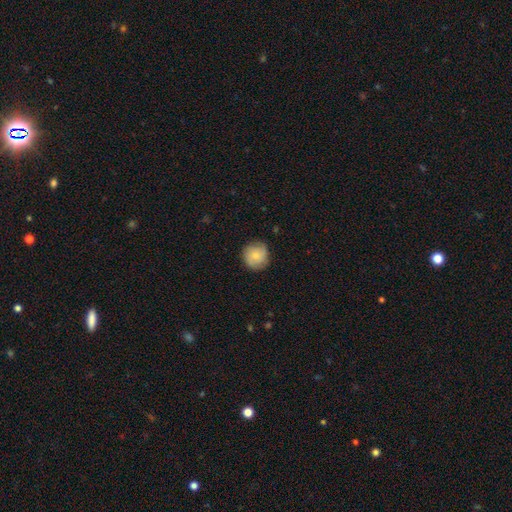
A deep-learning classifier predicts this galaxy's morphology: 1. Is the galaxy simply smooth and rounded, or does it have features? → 74% smooth, 19% featured or disk, 7% star or artifact.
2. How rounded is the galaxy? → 91% round, 8% in between, 1% cigar-shaped.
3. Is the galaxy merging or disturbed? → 81% none, 15% minor disturbance, 3% major disturbance, 1% merger.